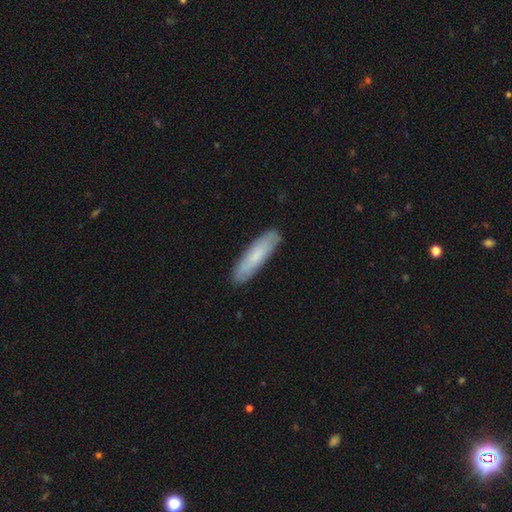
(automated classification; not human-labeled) Smooth or featured: smooth — 72% (featured or disk — 22%)
How rounded: cigar-shaped — 73% (in between — 25%)
Merging: none — 88% (minor disturbance — 9%)